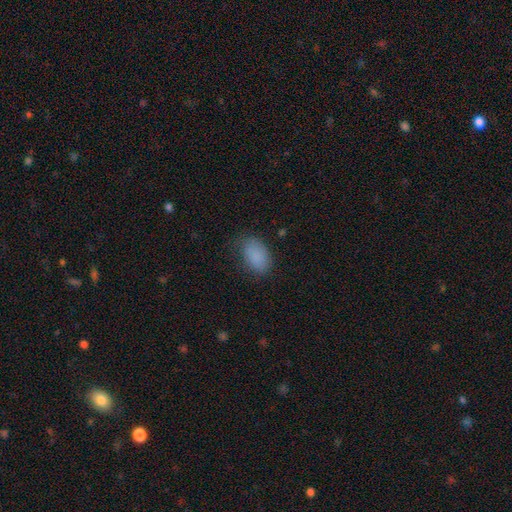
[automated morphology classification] type=smooth (87%); roundness=in between (89%); merging=none (71%).